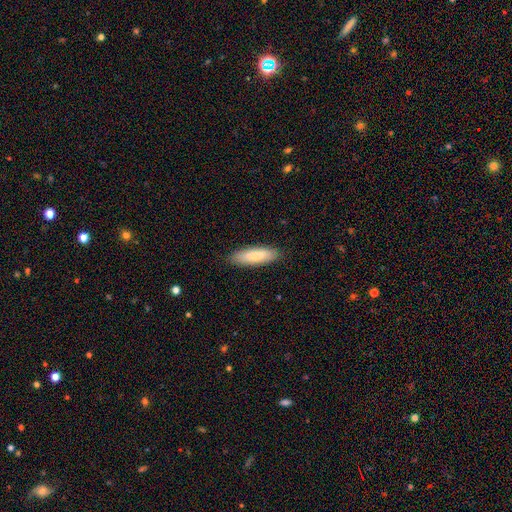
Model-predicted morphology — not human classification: Smooth or featured? Predicted: smooth (p=0.82). How rounded? Predicted: cigar-shaped (p=0.51). Merging? Predicted: none (p=0.88).